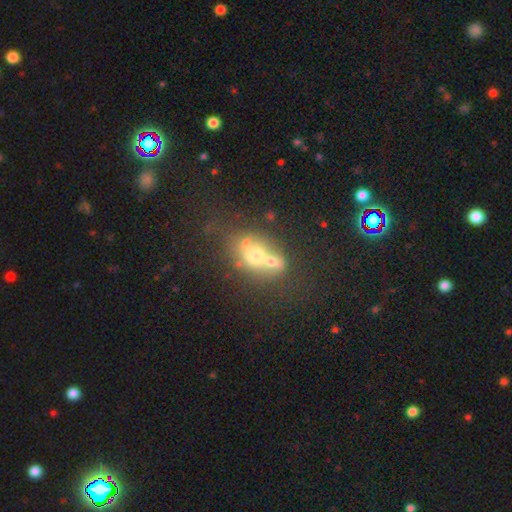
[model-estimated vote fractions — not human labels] Q: Smooth or featured?
A: smooth (51%); runner-up: featured or disk (32%)
Q: How rounded?
A: in between (51%); runner-up: round (47%)
Q: Merging?
A: merger (58%); runner-up: none (26%)